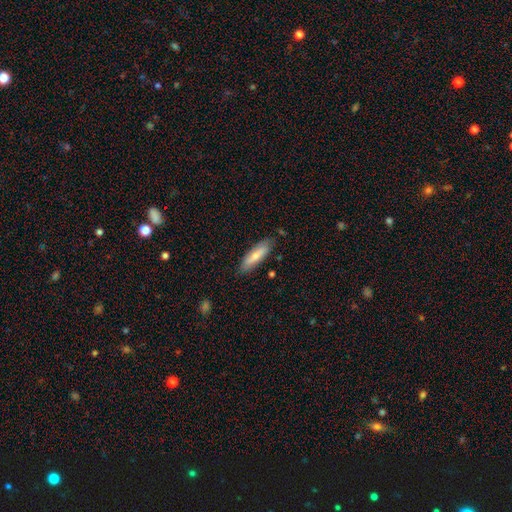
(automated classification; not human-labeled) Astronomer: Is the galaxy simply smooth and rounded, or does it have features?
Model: smooth — 67%.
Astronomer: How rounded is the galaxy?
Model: cigar-shaped — 57% (runner-up: in between, 42%).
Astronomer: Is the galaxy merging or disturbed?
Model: none — 81%.